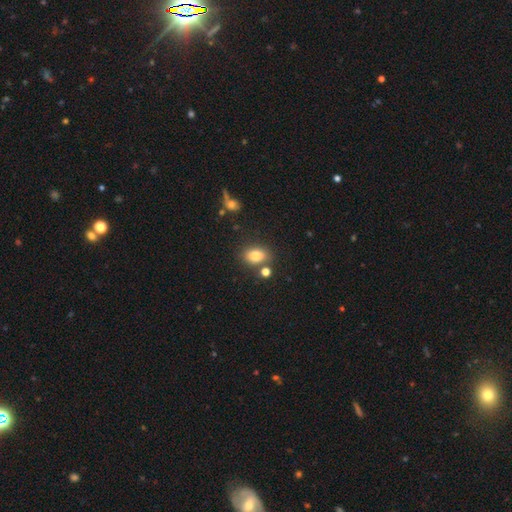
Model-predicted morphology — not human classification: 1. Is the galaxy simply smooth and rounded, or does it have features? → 82% smooth, 11% star or artifact, 8% featured or disk.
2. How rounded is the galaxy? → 71% in between, 28% round, 1% cigar-shaped.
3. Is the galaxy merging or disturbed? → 73% none, 12% minor disturbance, 10% merger, 4% major disturbance.